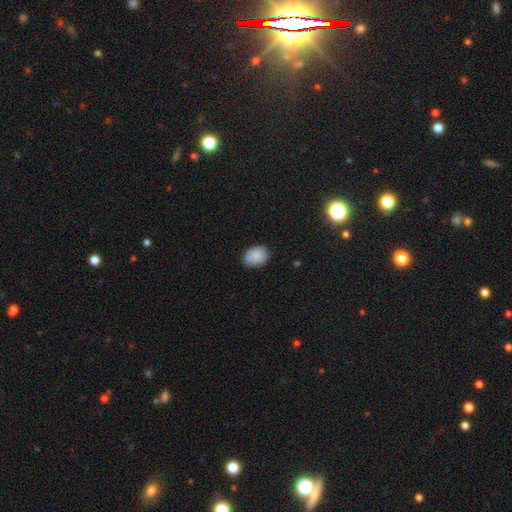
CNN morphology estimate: The model was most divided on "how rounded": in between: 61%, round: 38%, cigar-shaped: 1%. More confident: smooth or featured — smooth (85%); merging — none (79%).